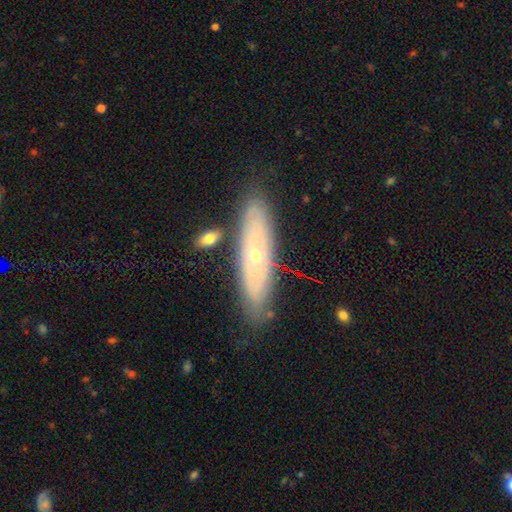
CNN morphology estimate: This appears to be a featured or disk galaxy (59%). Merging: none (82%).